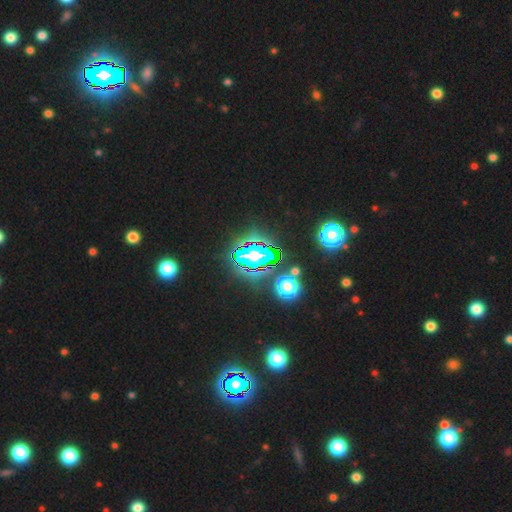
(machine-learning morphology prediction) Smooth or featured? Predicted: star or artifact (p=0.70).